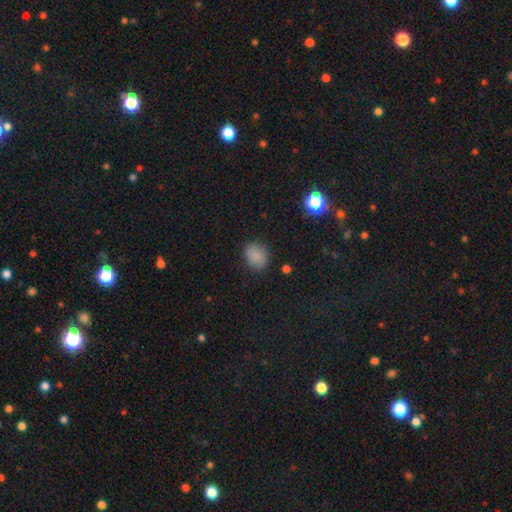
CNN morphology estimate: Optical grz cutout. It shows a smooth galaxy with no disk features (85%) that is round (57%). Merging: none (82%).